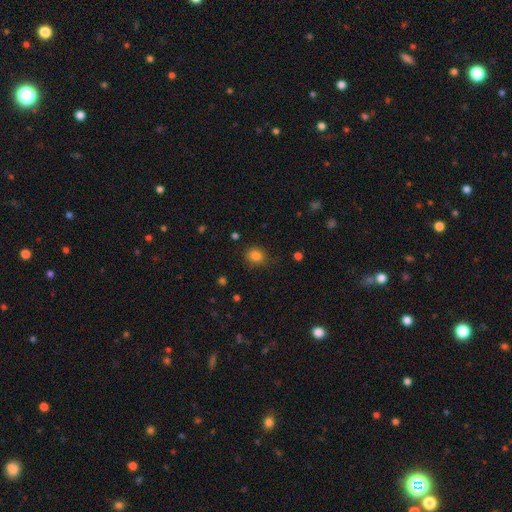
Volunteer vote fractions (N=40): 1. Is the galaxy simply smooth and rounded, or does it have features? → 95% smooth, 5% star or artifact, 0% featured or disk.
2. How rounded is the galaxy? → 74% round, 26% in between, 0% cigar-shaped.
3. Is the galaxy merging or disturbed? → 89% none, 11% minor disturbance, 0% major disturbance, 0% merger.